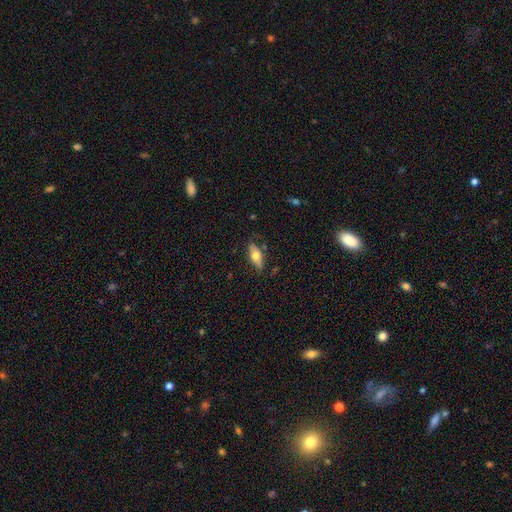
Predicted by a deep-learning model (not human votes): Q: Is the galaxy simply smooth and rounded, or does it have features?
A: smooth — 60%.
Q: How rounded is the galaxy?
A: in between — 71%.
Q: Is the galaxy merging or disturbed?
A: none — 79%.